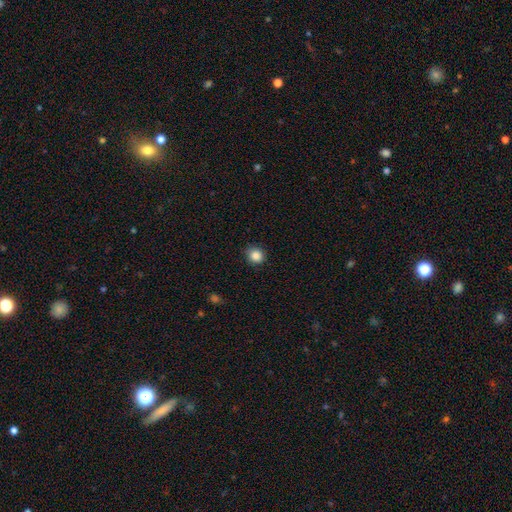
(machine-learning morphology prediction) This appears to be a smooth galaxy with no disk features (87%) that is round (81%). Merging: none (86%).